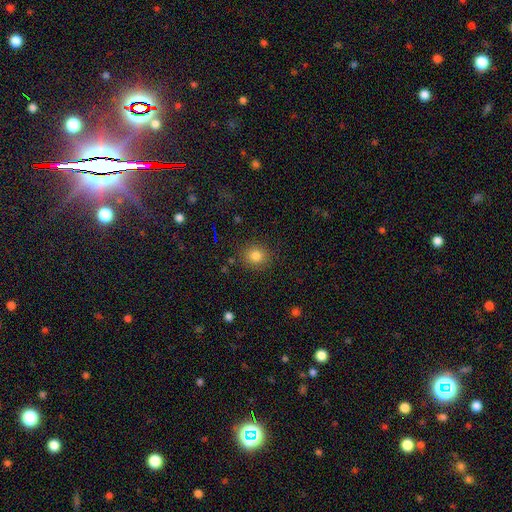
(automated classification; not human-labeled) Overall: smooth (81%). How rounded: round (87%). Merging: none (88%).